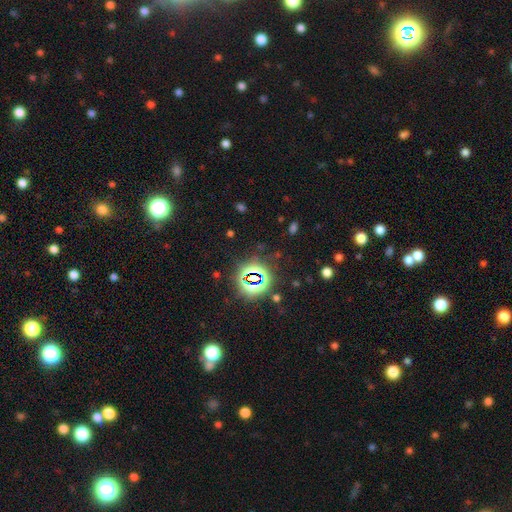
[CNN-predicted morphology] Smooth or featured? star or artifact (79%)